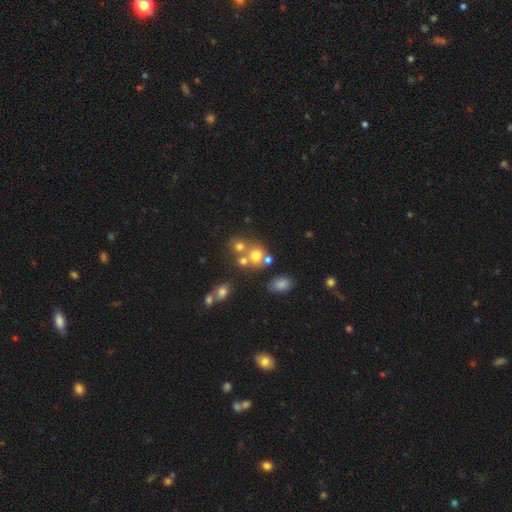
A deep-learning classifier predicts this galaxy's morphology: A smooth galaxy with no disk features (65%) that is round (72%). Merging: merger (43%).